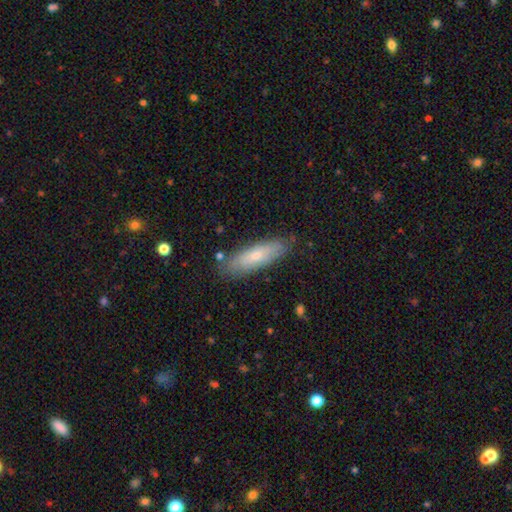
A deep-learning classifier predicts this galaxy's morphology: Smooth or featured? smooth (62%)
How rounded? cigar-shaped (56%)
Merging? none (82%)